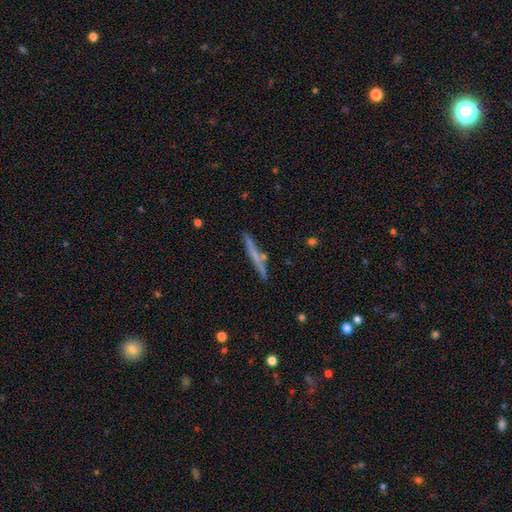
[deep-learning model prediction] Smooth or featured: smooth — 50% (featured or disk — 43%)
Merging: none — 83% (minor disturbance — 11%)